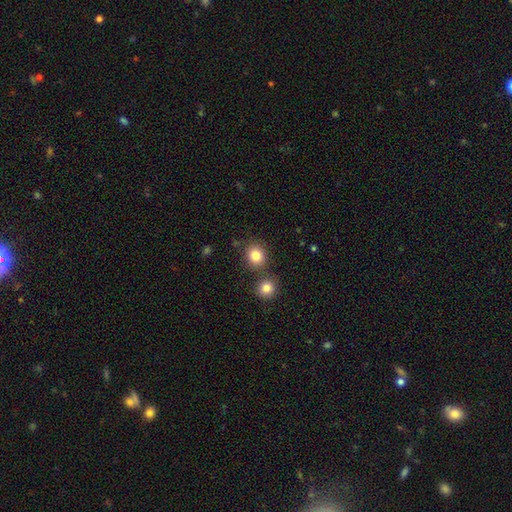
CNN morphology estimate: Smooth or featured: smooth — 83% (star or artifact — 11%)
How rounded: round — 81% (in between — 18%)
Merging: none — 75% (merger — 14%)